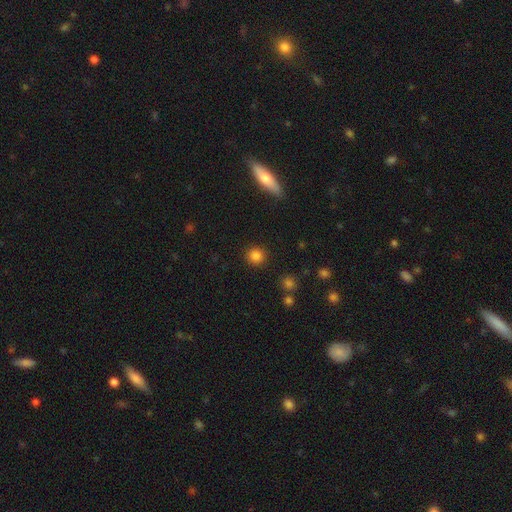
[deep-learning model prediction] This appears to be a smooth galaxy with no disk features (84%) that is round (93%). Merging: none (91%).